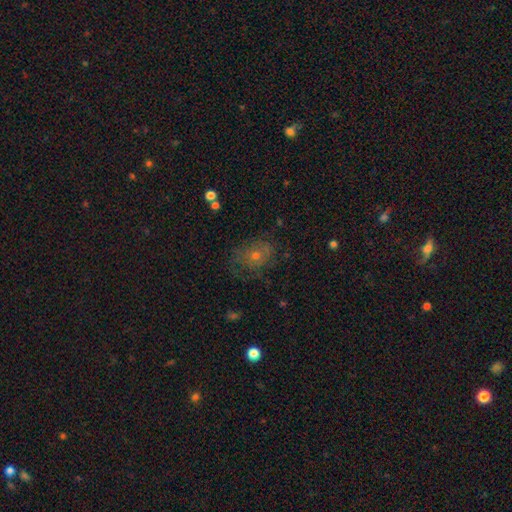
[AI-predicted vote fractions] A smooth galaxy with no disk features (43%). Merging: none (65%).